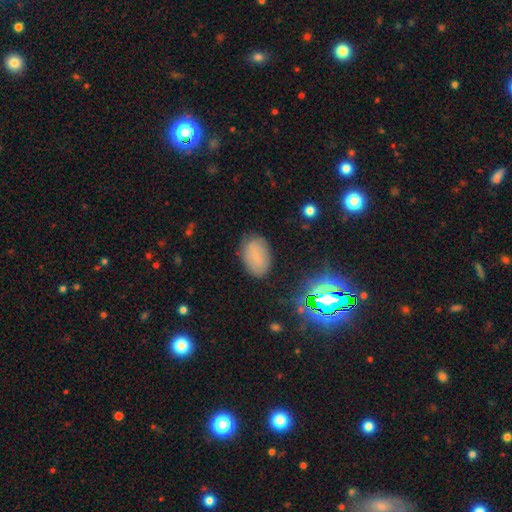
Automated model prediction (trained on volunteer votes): smooth 64%, featured or disk 20%, star or artifact 16%. Down the decision tree: how rounded — in between (89%); merging — none (82%).